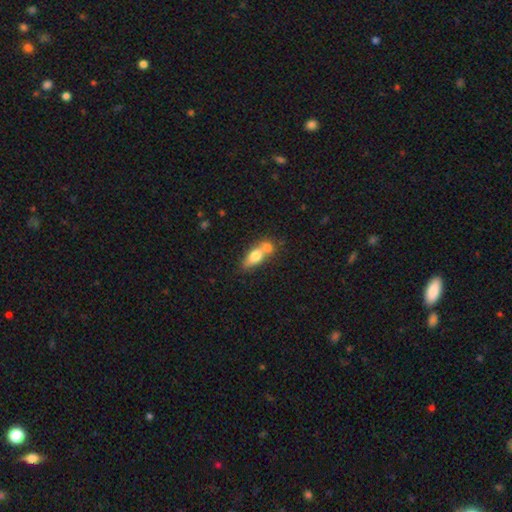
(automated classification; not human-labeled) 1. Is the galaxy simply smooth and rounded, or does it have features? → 67% smooth, 25% featured or disk, 7% star or artifact.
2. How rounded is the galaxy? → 67% in between, 22% cigar-shaped, 11% round.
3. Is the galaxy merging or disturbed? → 59% merger, 28% none, 9% minor disturbance, 4% major disturbance.